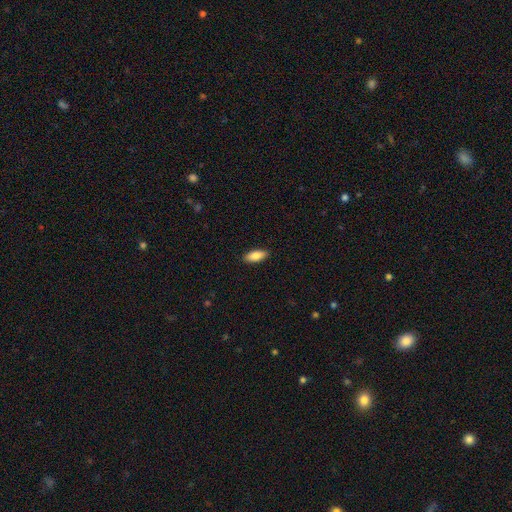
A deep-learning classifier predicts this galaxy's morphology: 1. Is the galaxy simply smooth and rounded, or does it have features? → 86% smooth, 8% featured or disk, 6% star or artifact.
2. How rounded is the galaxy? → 81% in between, 17% cigar-shaped, 2% round.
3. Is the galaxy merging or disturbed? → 89% none, 8% minor disturbance, 2% major disturbance, 1% merger.